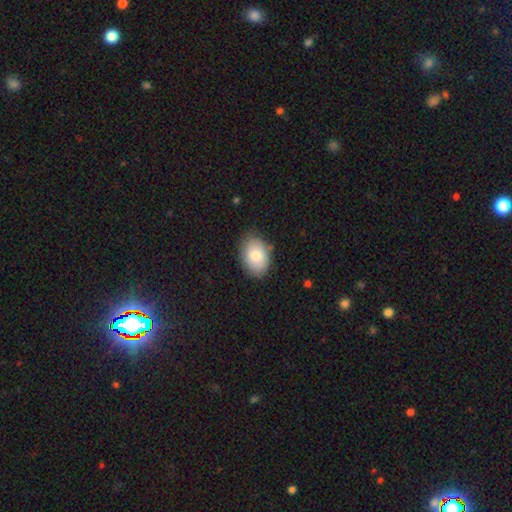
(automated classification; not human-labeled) smooth 81%, featured or disk 12%, star or artifact 7%. Down the decision tree: how rounded — in between (83%); merging — none (81%).